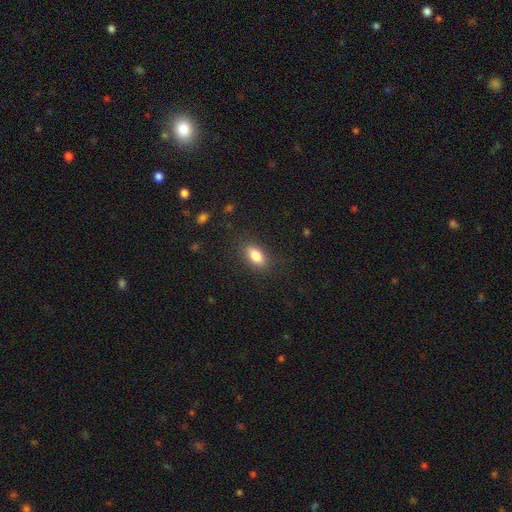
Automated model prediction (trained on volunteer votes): smooth 83%, featured or disk 9%, star or artifact 8%. Down the decision tree: how rounded — in between (85%); merging — none (85%).